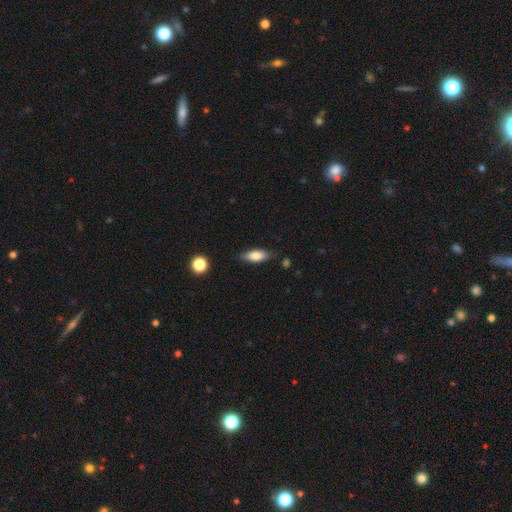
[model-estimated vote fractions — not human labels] Morphology: type=smooth (79%); roundness=in between (77%); merging=none (79%).